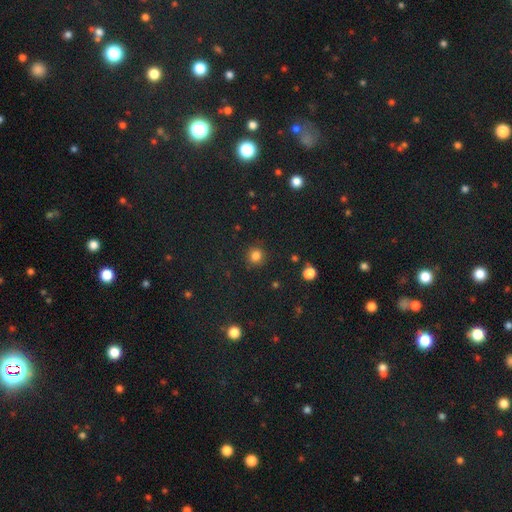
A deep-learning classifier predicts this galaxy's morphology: smooth 82%, star or artifact 14%, featured or disk 5%. Down the decision tree: how rounded — round (90%); merging — none (89%).